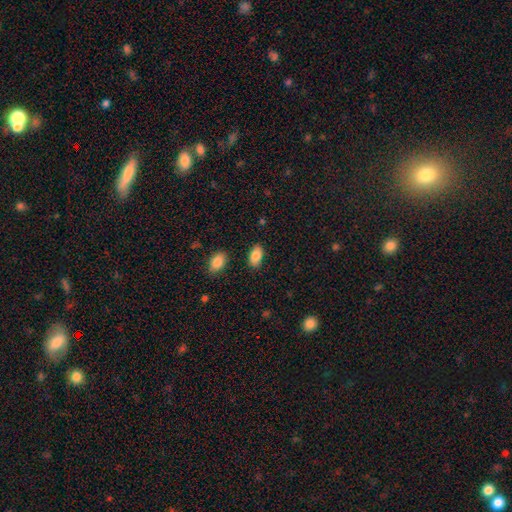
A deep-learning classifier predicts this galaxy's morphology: Q: Smooth or featured?
A: smooth (86%); runner-up: star or artifact (7%)
Q: How rounded?
A: in between (93%); runner-up: round (5%)
Q: Merging?
A: none (85%); runner-up: minor disturbance (10%)